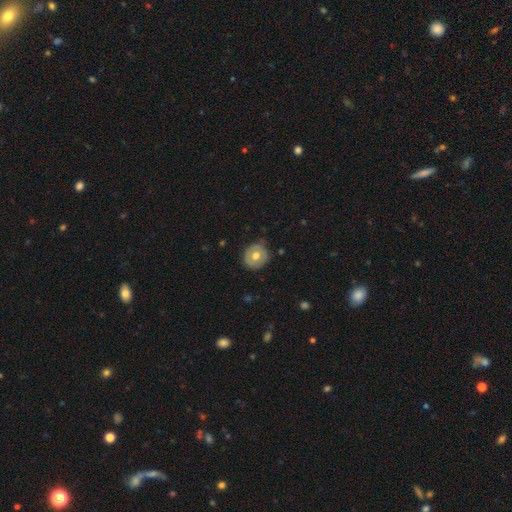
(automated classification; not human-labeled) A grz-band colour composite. It shows a smooth galaxy with no disk features (56%) that is round (81%). Merging: none (76%).